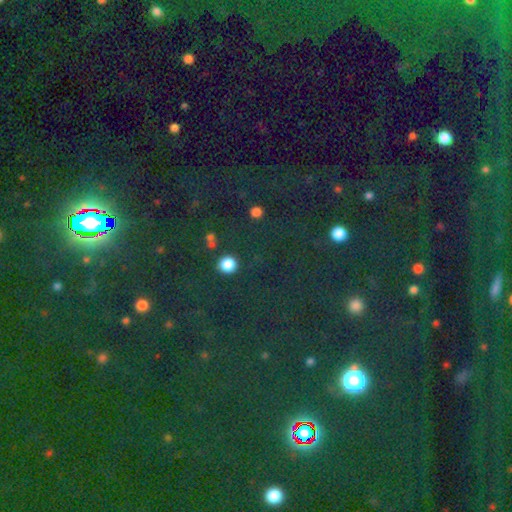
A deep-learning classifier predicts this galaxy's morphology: smooth-or-featured: star or artifact: 81% | smooth: 12% | featured or disk: 7%